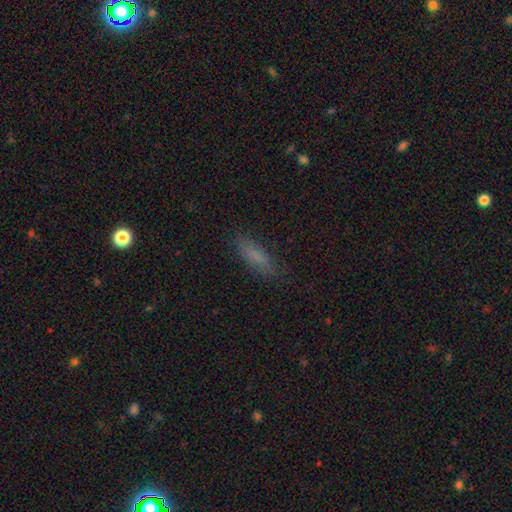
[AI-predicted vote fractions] Smooth or featured?
  - smooth: 77% *
  - featured or disk: 13%
  - star or artifact: 10%
How rounded?
  - cigar-shaped: 54% *
  - in between: 44%
  - round: 2%
Merging?
  - none: 82% *
  - minor disturbance: 13%
  - major disturbance: 4%
  - merger: 1%